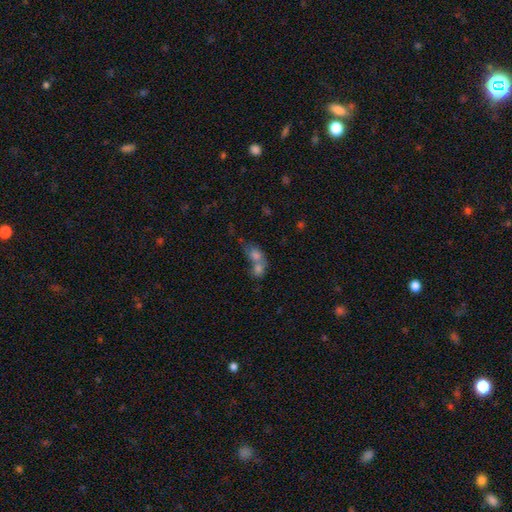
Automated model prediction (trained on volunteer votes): smooth-or-featured: smooth: 68% | featured or disk: 18% | star or artifact: 14%
  how-rounded: in between: 50% | round: 47% | cigar-shaped: 3%
  merging: merger: 72% | none: 18% | minor disturbance: 6% | major disturbance: 5%